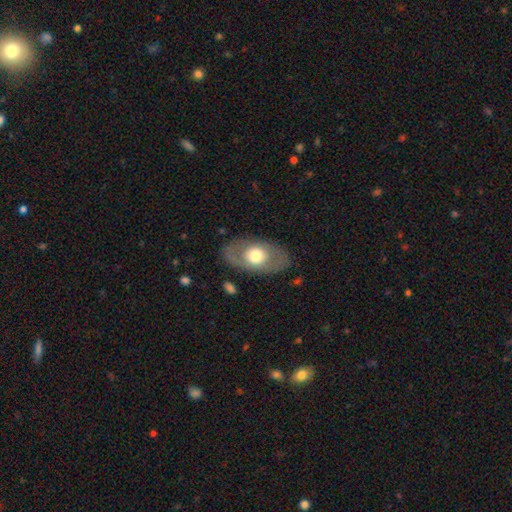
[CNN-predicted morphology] Smooth or featured? smooth (50%)
Merging? none (82%)